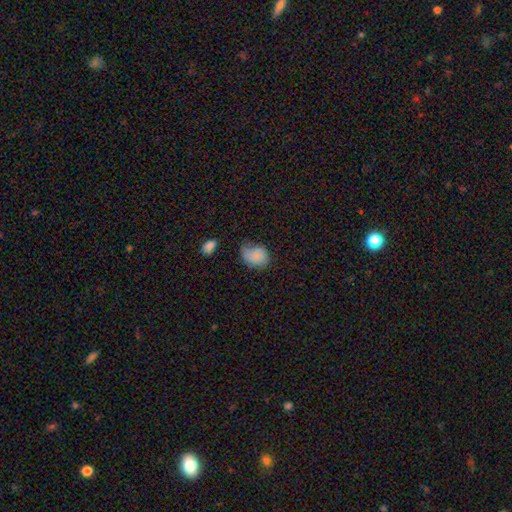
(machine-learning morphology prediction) This appears to be a smooth galaxy with no disk features (81%) that is in between round and cigar-shaped (53%). Merging: none (39%).